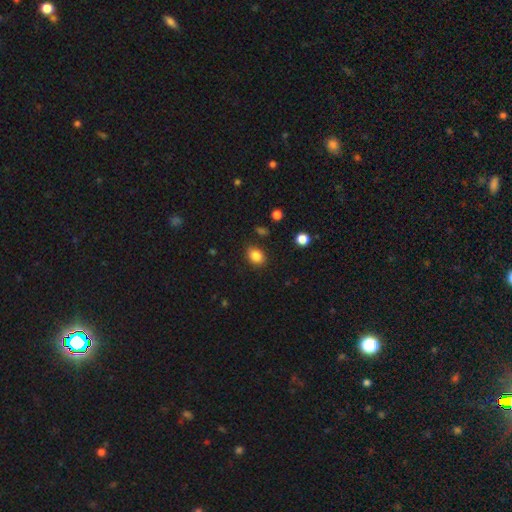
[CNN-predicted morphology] type=smooth (85%); roundness=in between (69%); merging=none (84%).